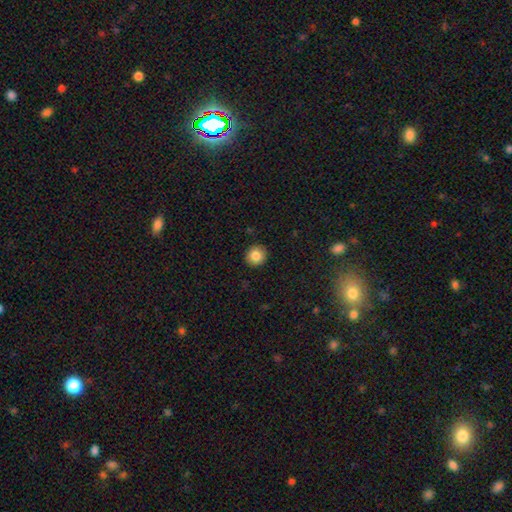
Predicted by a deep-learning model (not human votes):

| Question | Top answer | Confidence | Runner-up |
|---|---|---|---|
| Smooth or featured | smooth | 85% | star or artifact (9%) |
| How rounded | round | 91% | in between (8%) |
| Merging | none | 92% | minor disturbance (6%) |